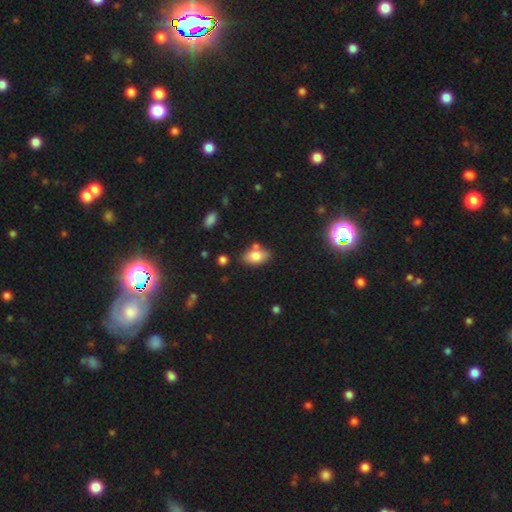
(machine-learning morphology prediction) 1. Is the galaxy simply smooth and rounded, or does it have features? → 80% smooth, 12% featured or disk, 8% star or artifact.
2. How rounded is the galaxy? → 91% in between, 7% round, 2% cigar-shaped.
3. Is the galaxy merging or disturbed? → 71% none, 15% minor disturbance, 11% merger, 3% major disturbance.